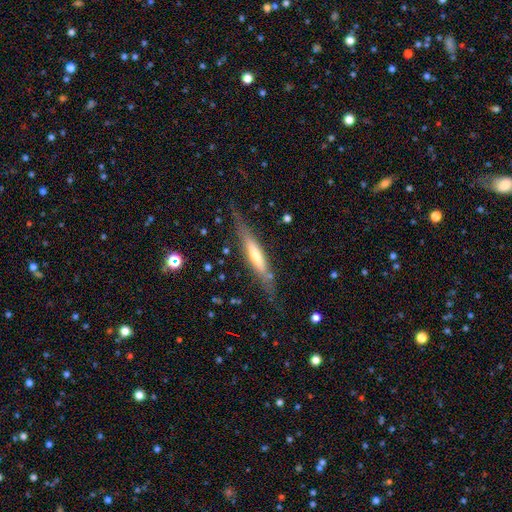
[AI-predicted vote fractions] Smooth or featured? featured or disk (61%)
Edge-on disk? yes (89%)
Edge-on bulge? rounded (45%)
Merging? none (75%)